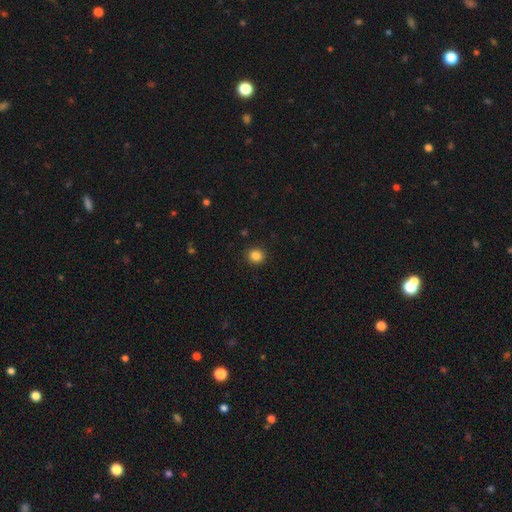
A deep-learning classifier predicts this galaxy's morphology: A smooth galaxy with no disk features (85%) that is round (87%). Merging: none (91%).